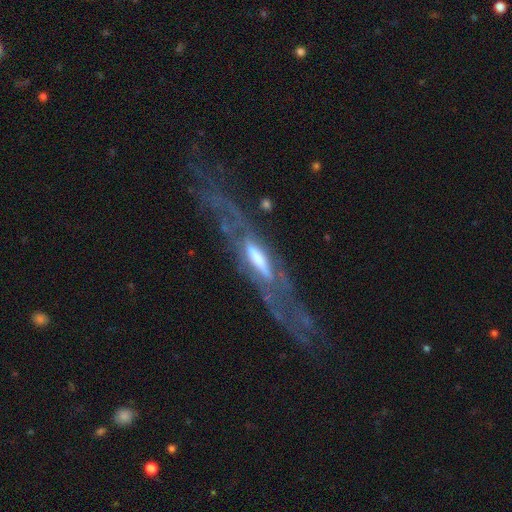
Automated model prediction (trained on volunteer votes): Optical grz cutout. It shows a featured or disk galaxy (77%) with not edge-on (50%, tied with yes). Merging: none (50%).